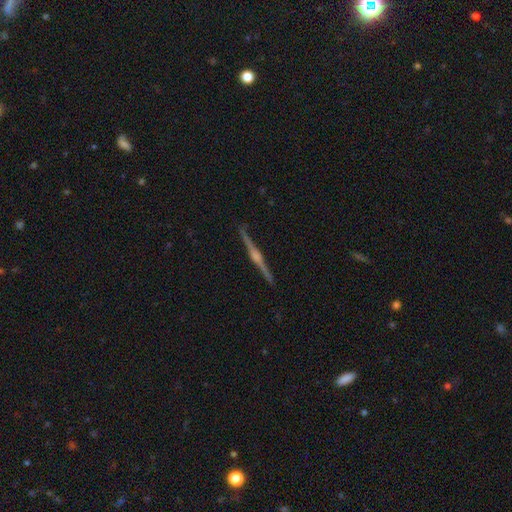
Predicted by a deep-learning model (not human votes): The model was most divided on "smooth or featured": featured or disk: 78%, smooth: 14%, star or artifact: 9%. More confident: edge-on disk — yes (97%); merging — none (89%); edge-on bulge — rounded (84%).